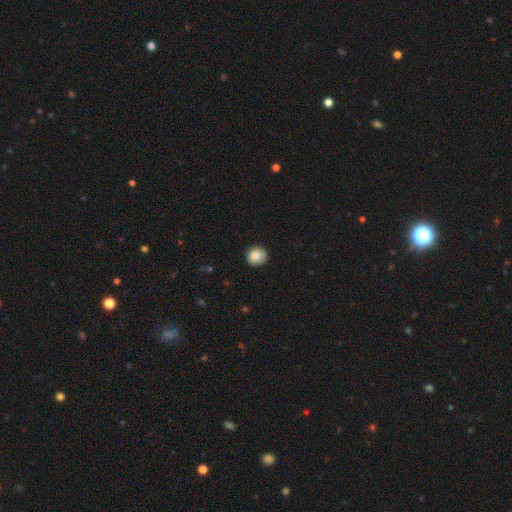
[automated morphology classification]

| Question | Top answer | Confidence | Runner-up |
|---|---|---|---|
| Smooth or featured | smooth | 86% | star or artifact (8%) |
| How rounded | round | 91% | in between (8%) |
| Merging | none | 86% | minor disturbance (11%) |